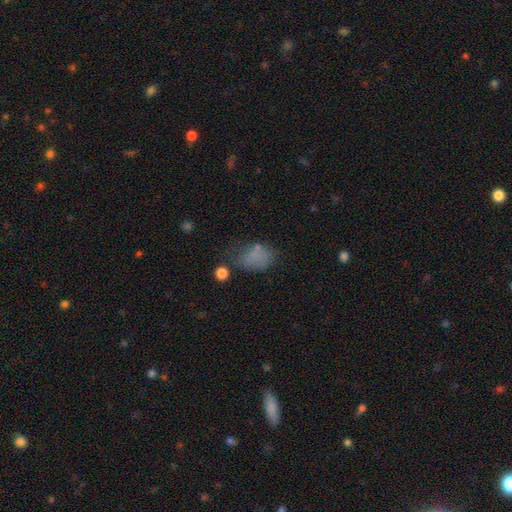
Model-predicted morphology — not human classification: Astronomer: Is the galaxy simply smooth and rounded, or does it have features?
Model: smooth — 71%.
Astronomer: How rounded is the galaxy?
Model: in between — 84%.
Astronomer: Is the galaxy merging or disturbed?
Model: none — 45% (runner-up: minor disturbance, 28%).